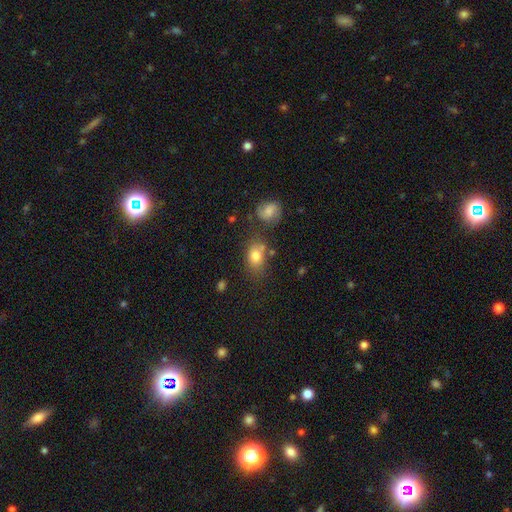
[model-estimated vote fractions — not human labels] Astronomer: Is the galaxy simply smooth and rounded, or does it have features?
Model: smooth — 78%.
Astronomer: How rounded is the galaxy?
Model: in between — 71%.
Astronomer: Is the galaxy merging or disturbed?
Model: none — 61%.